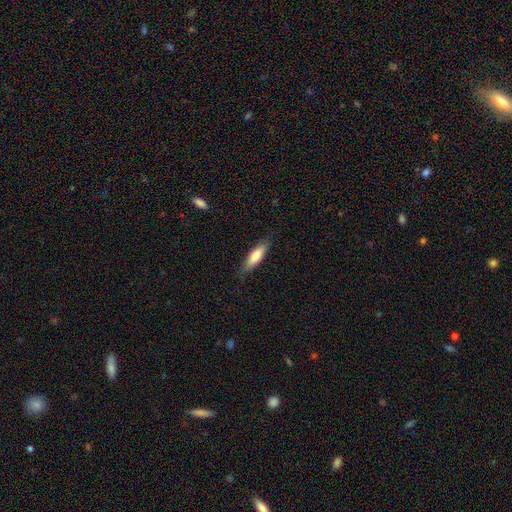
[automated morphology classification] Overall: smooth (75%). How rounded: cigar-shaped (62%; in between 37%). Merging: none (83%).